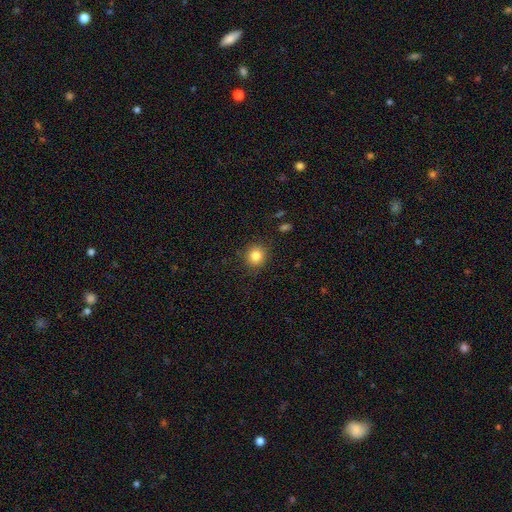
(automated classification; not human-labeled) Smooth or featured?
  - smooth: 84% *
  - star or artifact: 11%
  - featured or disk: 6%
How rounded?
  - round: 87% *
  - in between: 12%
  - cigar-shaped: 1%
Merging?
  - none: 88% *
  - minor disturbance: 8%
  - major disturbance: 3%
  - merger: 1%